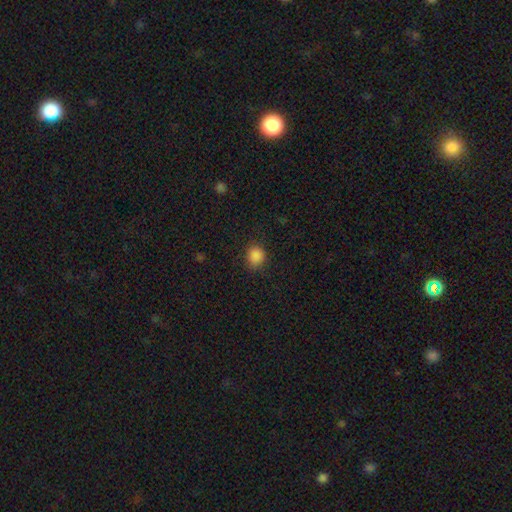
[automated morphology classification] Smooth or featured? Predicted: smooth (p=0.87). How rounded? Predicted: round (p=0.79). Merging? Predicted: none (p=0.86).